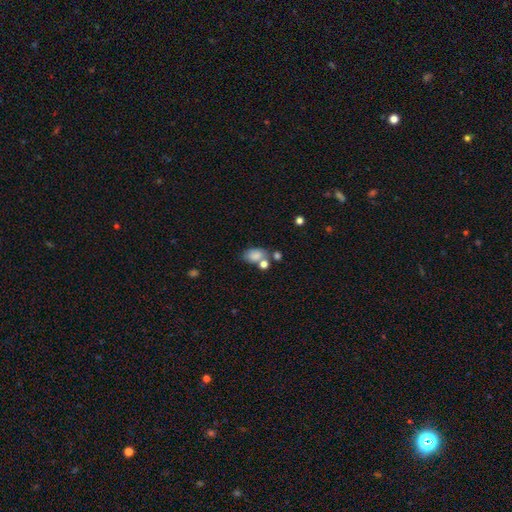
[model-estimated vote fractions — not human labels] This appears to be a smooth galaxy with no disk features (79%) that is in between round and cigar-shaped (84%). Merging: none (47%).